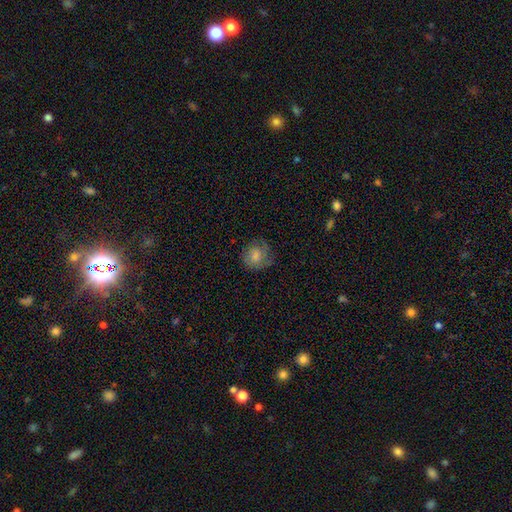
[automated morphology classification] type=smooth (70%); roundness=round (82%); merging=none (66%).